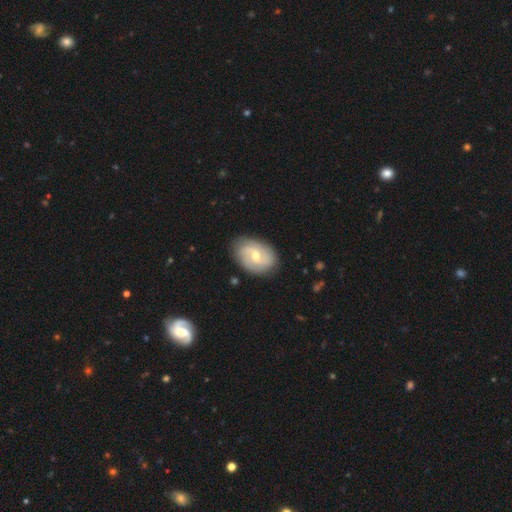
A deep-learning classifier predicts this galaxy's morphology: smooth_or_featured: featured or disk (p=0.72) [alt: smooth p=0.23]
disk_edge_on: no (p=0.97) [alt: yes p=0.03]
bar: weak (p=0.48) [alt: no p=0.42]
has_spiral_arms: yes (p=0.89) [alt: no p=0.11]
spiral_winding: medium (p=0.42) [alt: tight p=0.38]
spiral_arm_count: 2 (p=0.62) [alt: can't tell p=0.19]
bulge_size: moderate (p=0.55) [alt: small p=0.41]
merging: none (p=0.81) [alt: minor disturbance p=0.14]